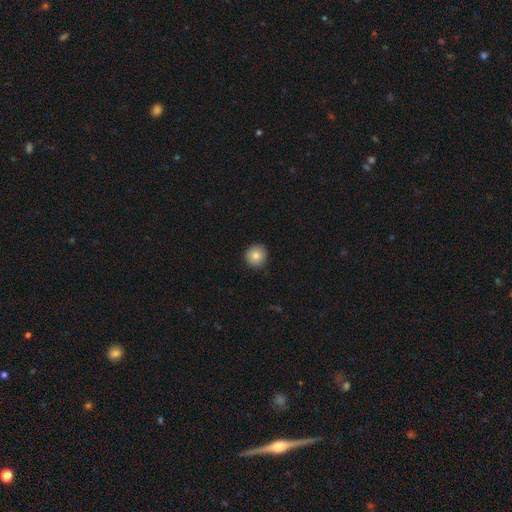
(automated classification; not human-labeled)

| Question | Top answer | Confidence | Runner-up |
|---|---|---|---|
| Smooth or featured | smooth | 83% | star or artifact (9%) |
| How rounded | round | 94% | in between (5%) |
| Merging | none | 90% | minor disturbance (7%) |